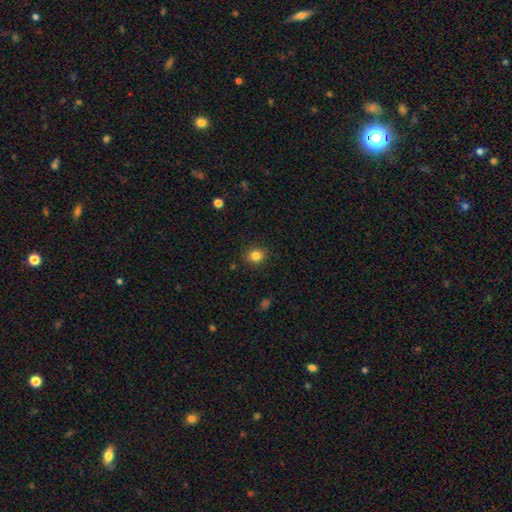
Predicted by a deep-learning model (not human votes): Q: Smooth or featured?
A: smooth (83%); runner-up: star or artifact (11%)
Q: How rounded?
A: round (73%); runner-up: in between (26%)
Q: Merging?
A: none (89%); runner-up: minor disturbance (8%)